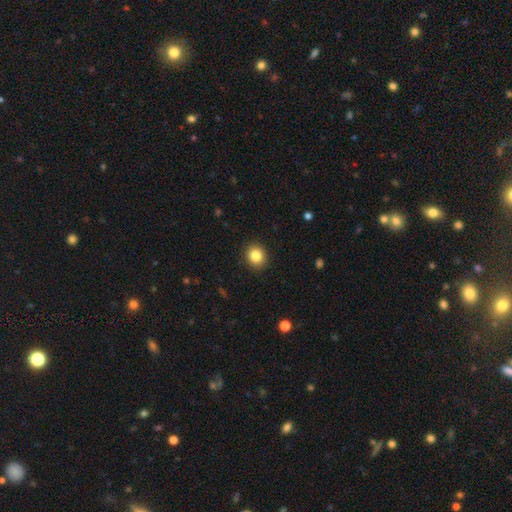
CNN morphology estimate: Smooth or featured? Predicted: smooth (p=0.84). How rounded? Predicted: round (p=0.79). Merging? Predicted: none (p=0.91).